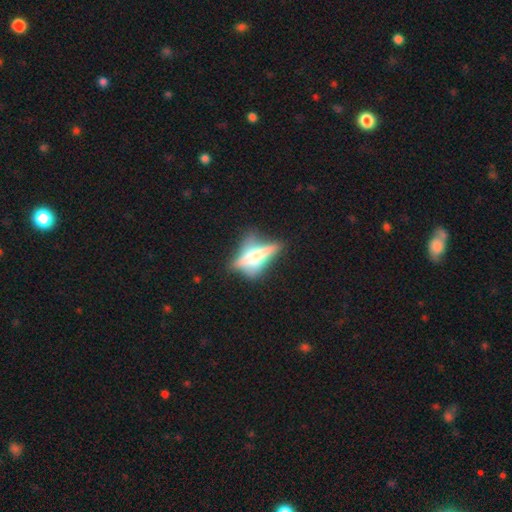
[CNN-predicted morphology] type=featured or disk (62%); edge-on=yes (77%); merging=none (56%).